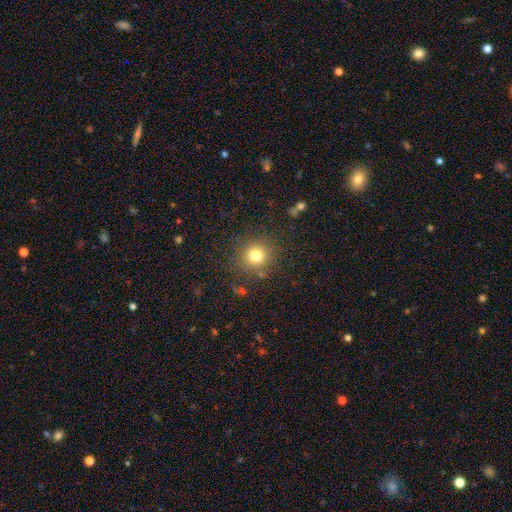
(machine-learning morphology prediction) A smooth galaxy with no disk features (78%) that is round (90%).

Vote fractions:
- Smooth or featured? smooth: 78% / star or artifact: 14% / featured or disk: 8%
- How rounded? round: 90% / in between: 9% / cigar-shaped: 1%
- Merging? none: 86% / minor disturbance: 8% / major disturbance: 4% / merger: 3%